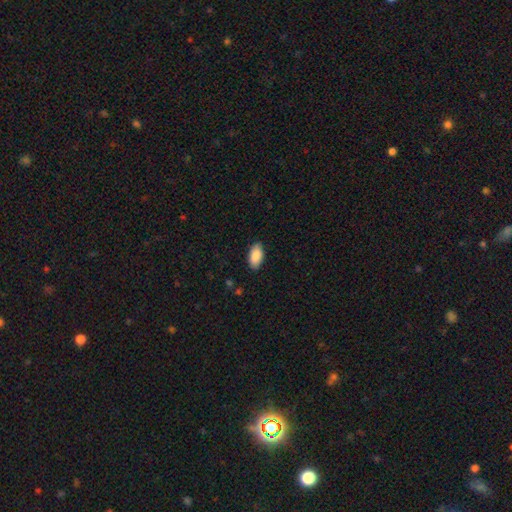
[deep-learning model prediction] Smooth or featured? smooth (89%)
How rounded? in between (94%)
Merging? none (86%)